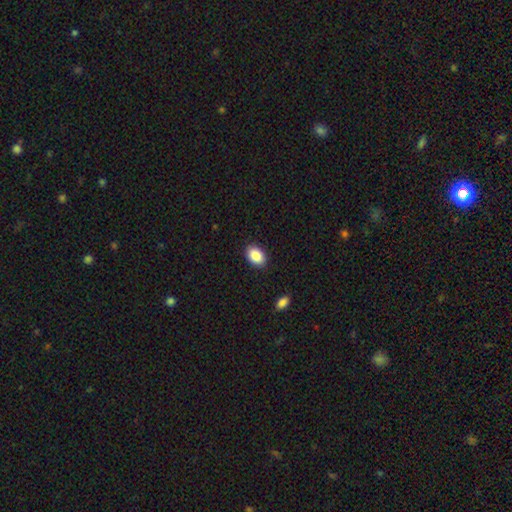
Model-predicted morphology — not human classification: This appears to be a smooth galaxy with no disk features (89%) that is in between round and cigar-shaped (84%). Merging: none (89%).